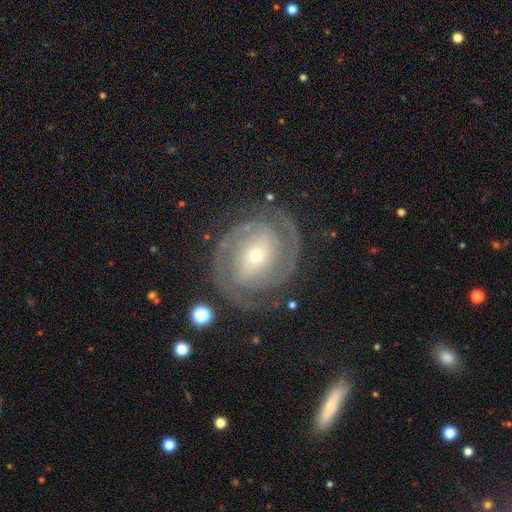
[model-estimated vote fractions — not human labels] Smooth or featured? Predicted: featured or disk (p=0.88). Edge-on disk? Predicted: no (p=0.97). Bar? Predicted: no (p=0.51). Spiral arms? Predicted: yes (p=0.96). Spiral winding? Predicted: tight (p=0.63). Spiral arm count? Predicted: 2 (p=0.82). Bulge size? Predicted: small (p=0.67). Merging? Predicted: none (p=0.80).